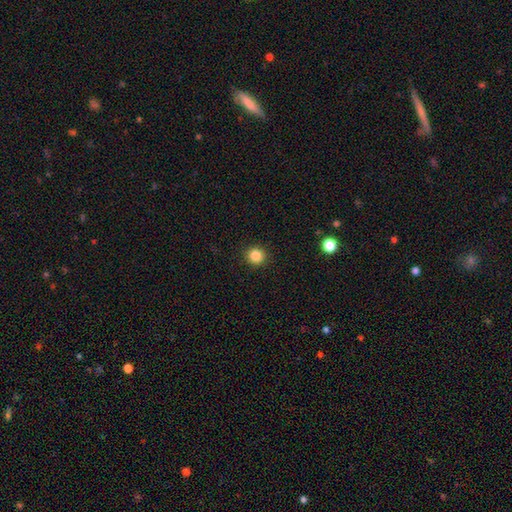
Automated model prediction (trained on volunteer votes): Smooth or featured? Predicted: smooth (p=0.85). How rounded? Predicted: round (p=0.92). Merging? Predicted: none (p=0.92).